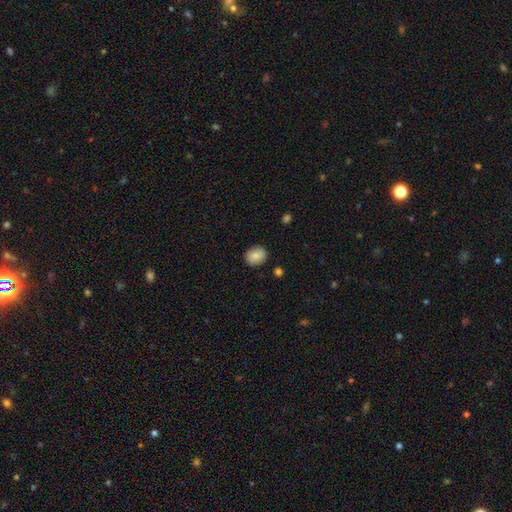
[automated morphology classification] Smooth or featured? smooth (86%)
How rounded? round (52%)
Merging? none (87%)